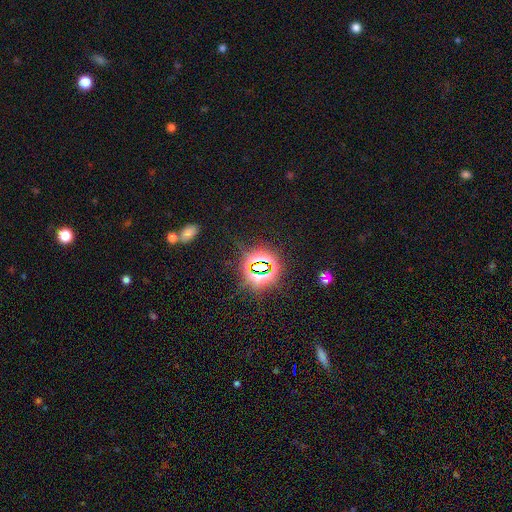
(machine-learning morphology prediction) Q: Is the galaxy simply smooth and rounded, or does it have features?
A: star or artifact — 79%.